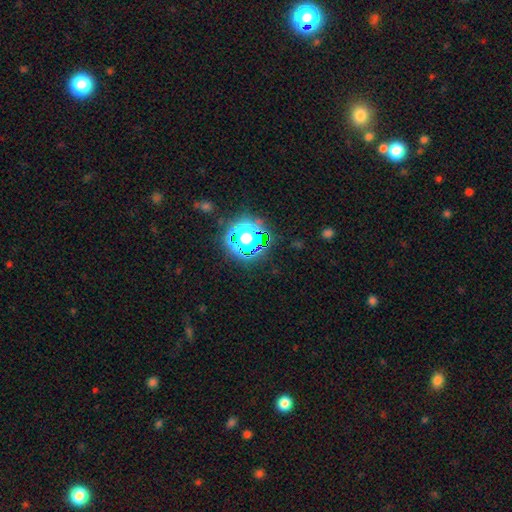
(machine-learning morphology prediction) Smooth or featured? star or artifact (78%)